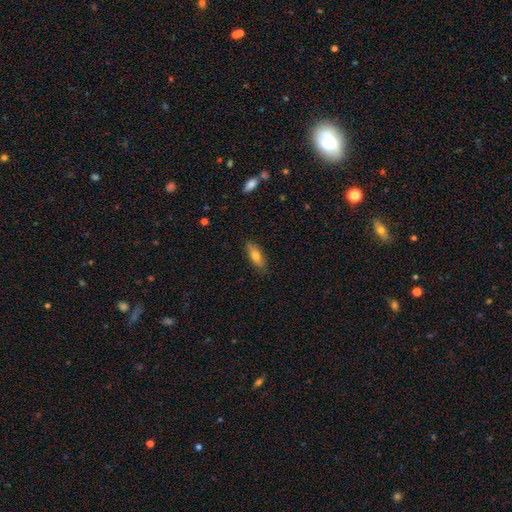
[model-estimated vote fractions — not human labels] This is likely a smooth galaxy (68%). How rounded: possibly in between (54%). Merging: clearly none (85%).